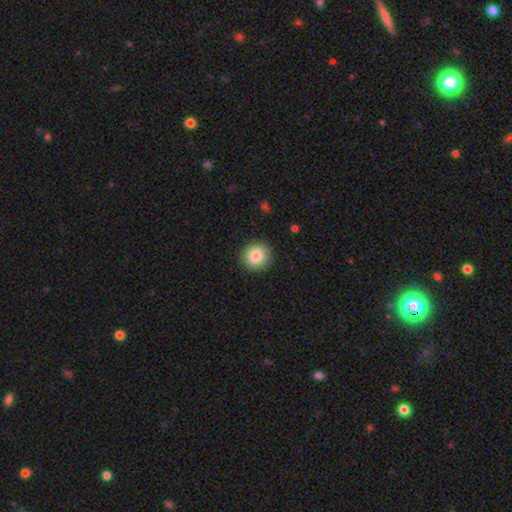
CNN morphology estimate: smooth_or_featured: smooth (p=0.85) [alt: star or artifact p=0.08]
how_rounded: round (p=0.91) [alt: in between p=0.08]
merging: none (p=0.91) [alt: minor disturbance p=0.06]